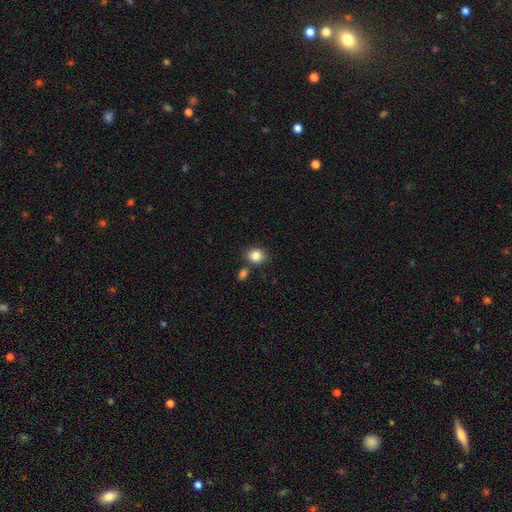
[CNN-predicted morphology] A smooth galaxy with no disk features (85%) that is round (67%). Merging: none (74%).